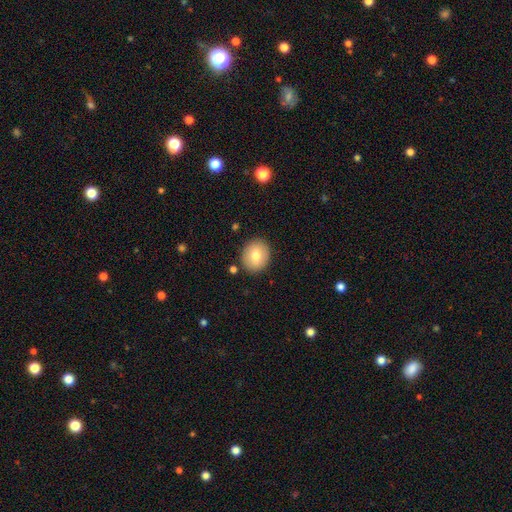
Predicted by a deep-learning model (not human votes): This is likely a smooth galaxy (75%). How rounded: possibly round (59%). Merging: clearly none (87%).